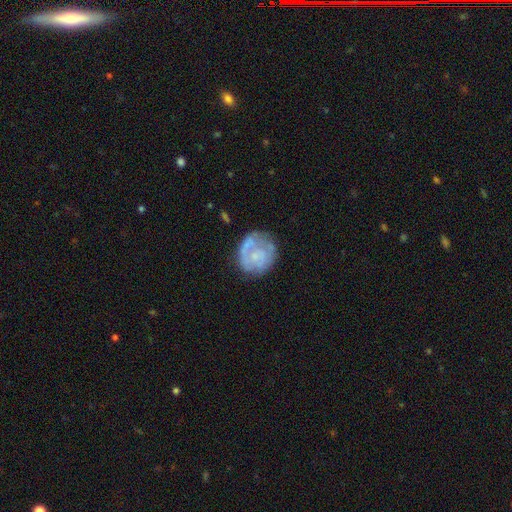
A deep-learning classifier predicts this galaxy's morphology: The model was most divided on "spiral arms": no: 53%, yes: 47%. Remaining: edge-on disk — no (98%); bar — no (80%); merging — none (59%); smooth or featured — featured or disk (55%); bulge size — small (41%).